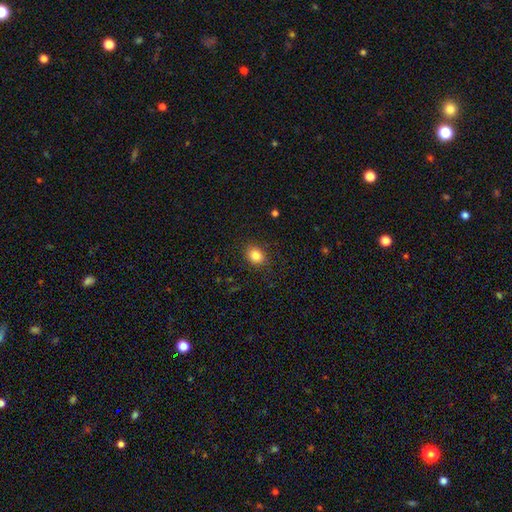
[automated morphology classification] Smooth or featured? Predicted: smooth (p=0.84). How rounded? Predicted: in between (p=0.51). Merging? Predicted: none (p=0.87).